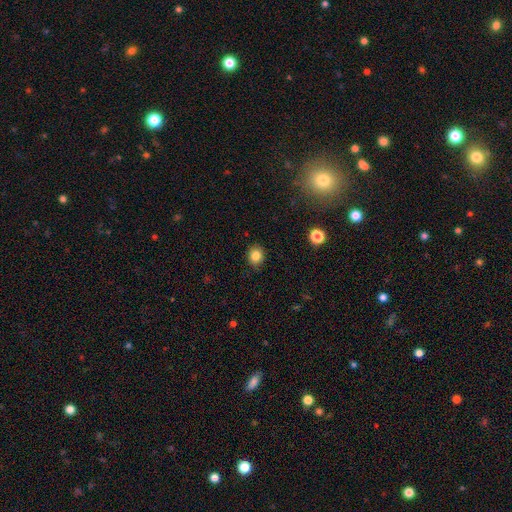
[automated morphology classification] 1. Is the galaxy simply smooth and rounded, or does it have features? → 83% smooth, 11% star or artifact, 6% featured or disk.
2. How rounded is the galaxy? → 70% round, 29% in between, 1% cigar-shaped.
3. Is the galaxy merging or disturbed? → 88% none, 9% minor disturbance, 2% major disturbance, 1% merger.